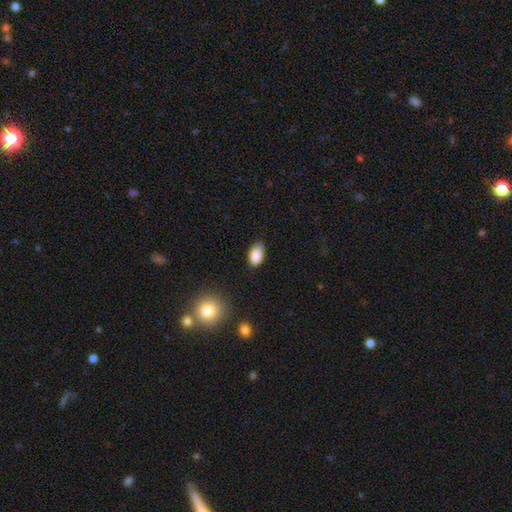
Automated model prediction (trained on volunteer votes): This is clearly a smooth galaxy (87%). How rounded: clearly in between (91%). Merging: likely none (76%).